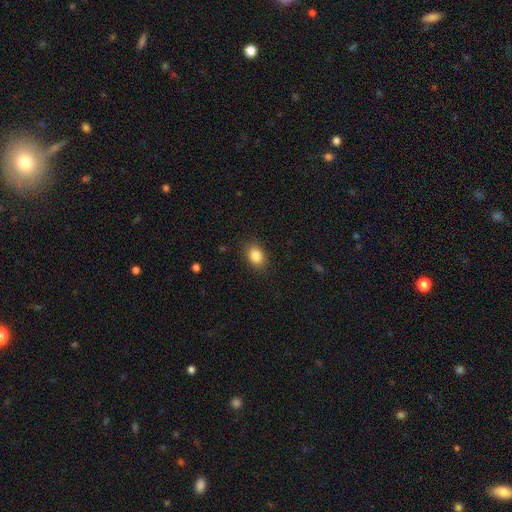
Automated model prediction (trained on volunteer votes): Smooth or featured: smooth — 86% (star or artifact — 9%)
How rounded: in between — 68% (round — 30%)
Merging: none — 87% (minor disturbance — 10%)